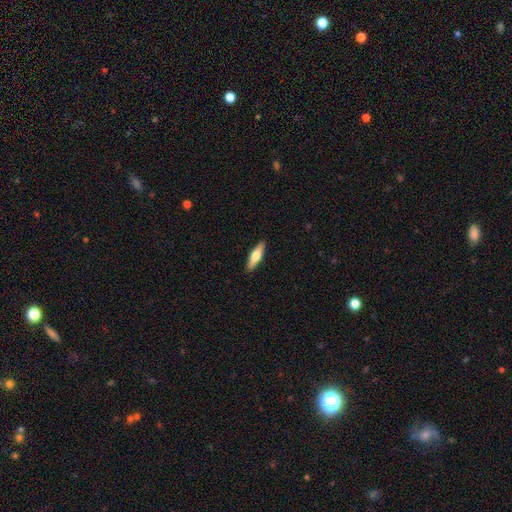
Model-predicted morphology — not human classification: type=smooth (51%); roundness=cigar-shaped (62%); merging=none (91%).